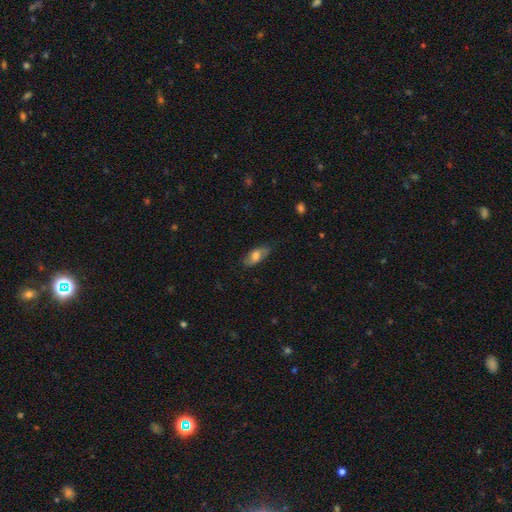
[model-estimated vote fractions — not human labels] Morphology: type=smooth (63%); roundness=in between (86%); merging=none (74%).